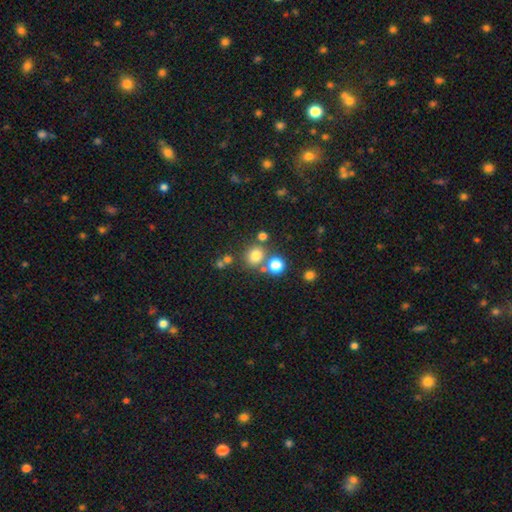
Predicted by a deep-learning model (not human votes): This is likely a smooth galaxy (75%). How rounded: clearly round (82%). Merging: likely none (72%).